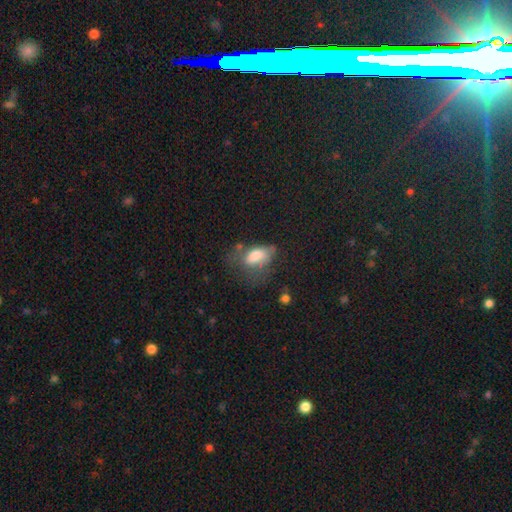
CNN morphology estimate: Overall: smooth (71%). How rounded: in between (88%). Merging: major disturbance (35%; none 31%).